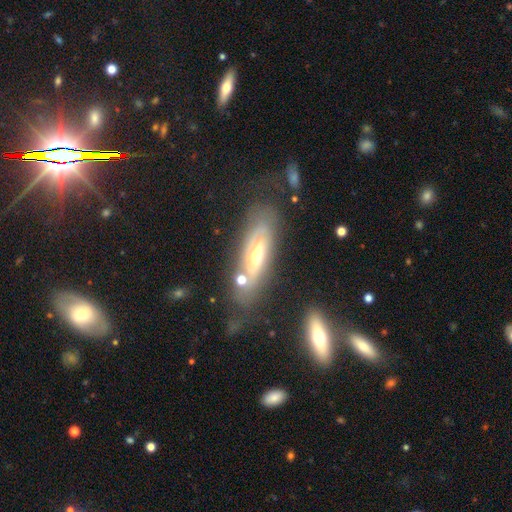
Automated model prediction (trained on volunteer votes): The model was most divided on "edge-on disk": no: 58%, yes: 42%. More confident: smooth or featured — featured or disk (64%); merging — none (60%).